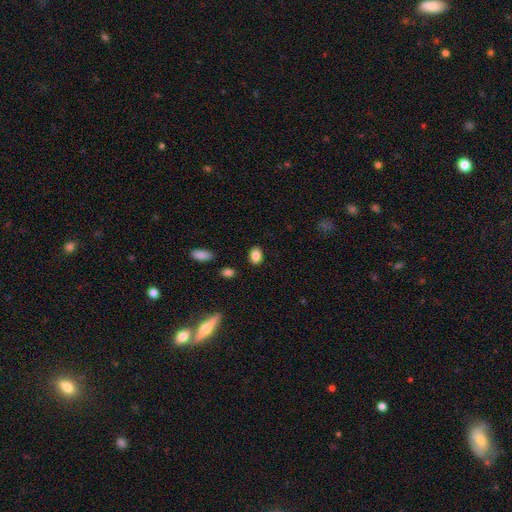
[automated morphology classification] Q: Smooth or featured?
A: smooth (87%); runner-up: star or artifact (8%)
Q: How rounded?
A: in between (74%); runner-up: round (25%)
Q: Merging?
A: none (87%); runner-up: minor disturbance (9%)